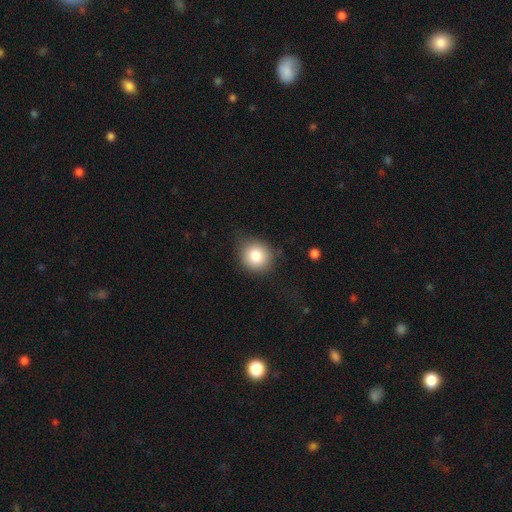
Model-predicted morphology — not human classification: smooth-or-featured: smooth: 82% | star or artifact: 10% | featured or disk: 9%
  how-rounded: round: 85% | in between: 14% | cigar-shaped: 1%
  merging: none: 79% | minor disturbance: 15% | major disturbance: 4% | merger: 2%